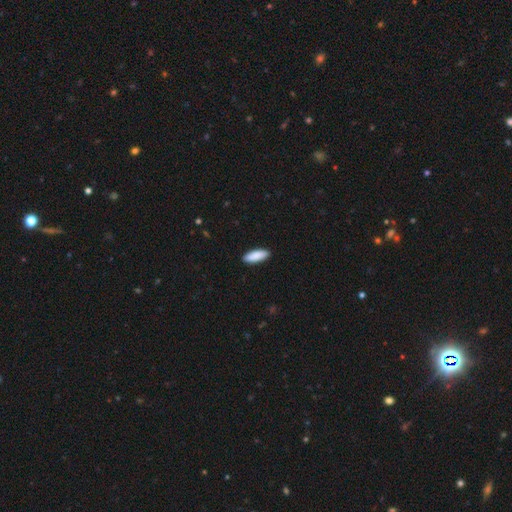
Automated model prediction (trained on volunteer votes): Morphology: type=smooth (89%); roundness=in between (68%); merging=none (90%).